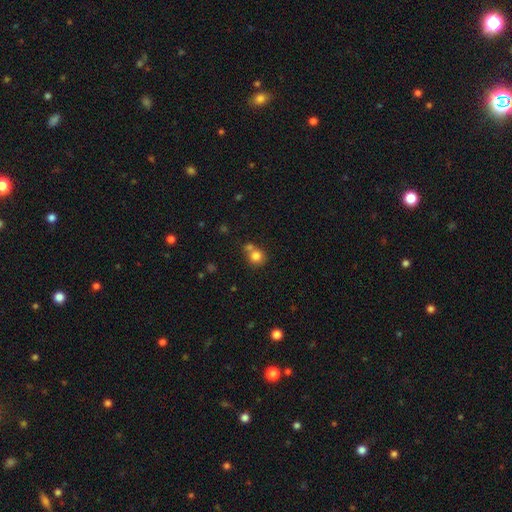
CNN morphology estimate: type=smooth (80%); roundness=round (86%); merging=none (53%).